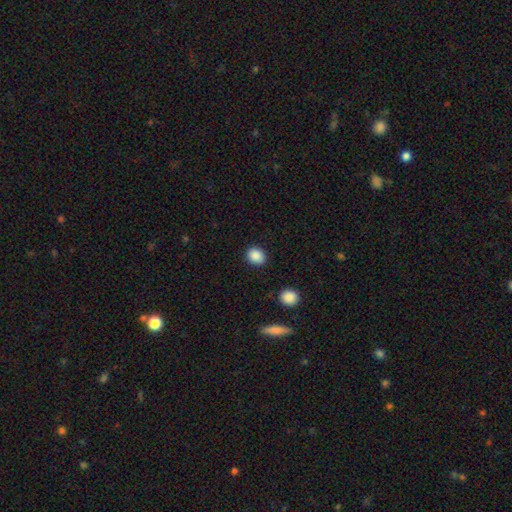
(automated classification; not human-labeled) Morphology: type=smooth (88%); roundness=round (60%); merging=none (87%).